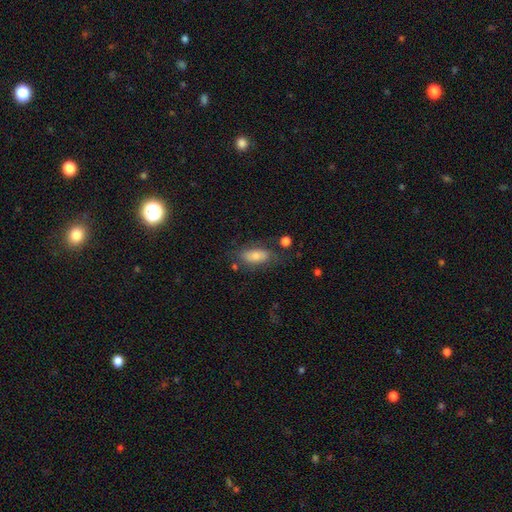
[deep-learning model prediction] Smooth or featured? Predicted: smooth (p=0.65). How rounded? Predicted: in between (p=0.80). Merging? Predicted: none (p=0.66).